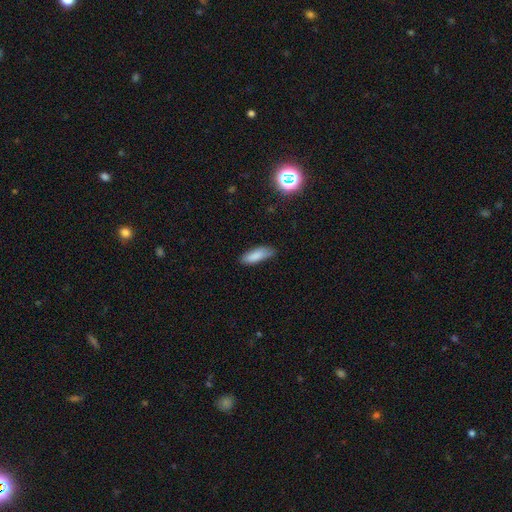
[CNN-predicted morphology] Smooth or featured? Predicted: smooth (p=0.85). How rounded? Predicted: in between (p=0.61). Merging? Predicted: none (p=0.75).